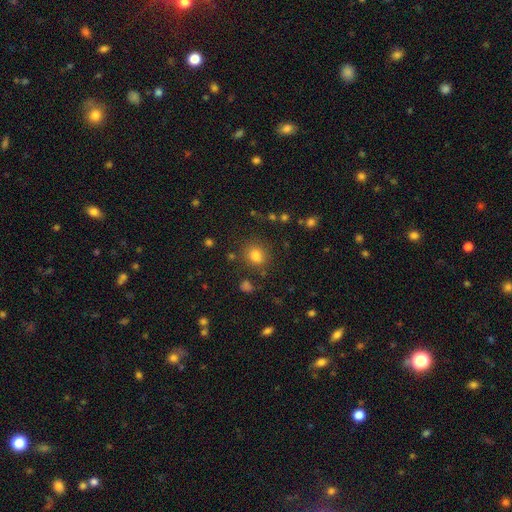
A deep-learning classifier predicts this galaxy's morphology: Smooth or featured: smooth — 81% (star or artifact — 14%)
How rounded: round — 66% (in between — 33%)
Merging: none — 79% (minor disturbance — 12%)